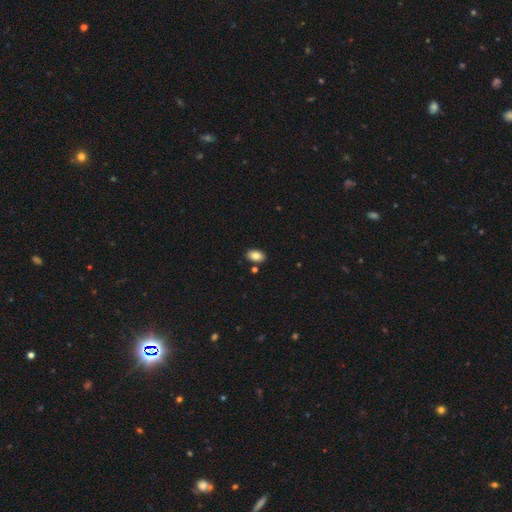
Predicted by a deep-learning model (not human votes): smooth_or_featured: smooth (p=0.83) [alt: featured or disk p=0.09]
how_rounded: in between (p=0.90) [alt: round p=0.08]
merging: none (p=0.86) [alt: minor disturbance p=0.09]